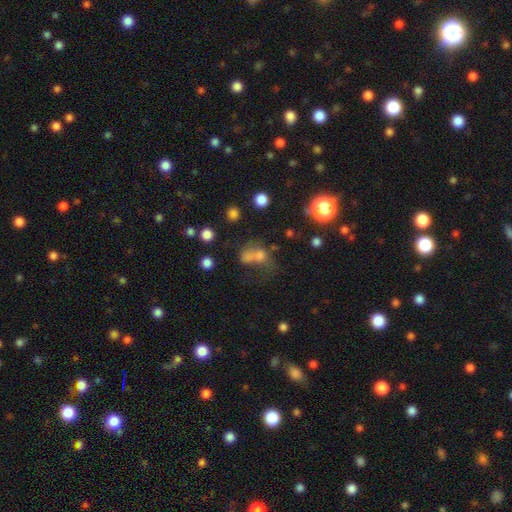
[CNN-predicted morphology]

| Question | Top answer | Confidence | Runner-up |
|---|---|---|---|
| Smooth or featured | smooth | 60% | star or artifact (21%) |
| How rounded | in between | 54% | round (44%) |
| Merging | merger | 45% | none (23%) |